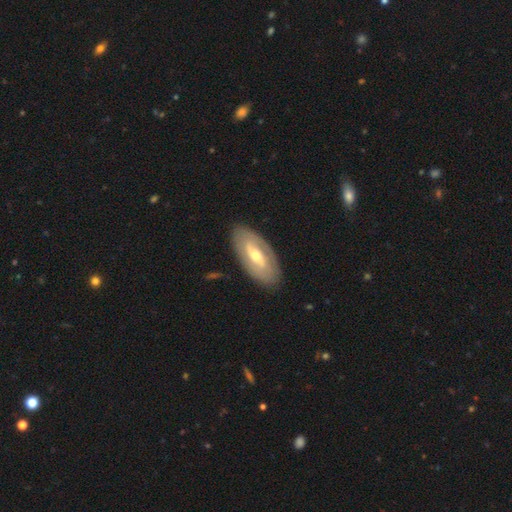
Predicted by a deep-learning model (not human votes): smooth-or-featured: featured or disk: 67% | smooth: 27% | star or artifact: 5%
  disk-edge-on: no: 87% | yes: 13%
    bar: weak: 41% | strong: 30% | no: 29%
    has-spiral-arms: yes: 53% | no: 47%
    bulge-size: moderate: 63% | small: 32% | large: 3% | none: 1% | dominant: 1%
  merging: none: 85% | minor disturbance: 11% | major disturbance: 3% | merger: 1%